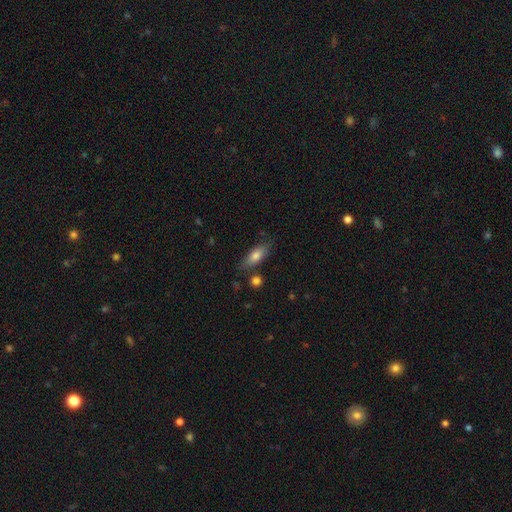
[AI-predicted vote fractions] A smooth galaxy with no disk features (74%) that is in between round and cigar-shaped (69%). Merging: none (76%).